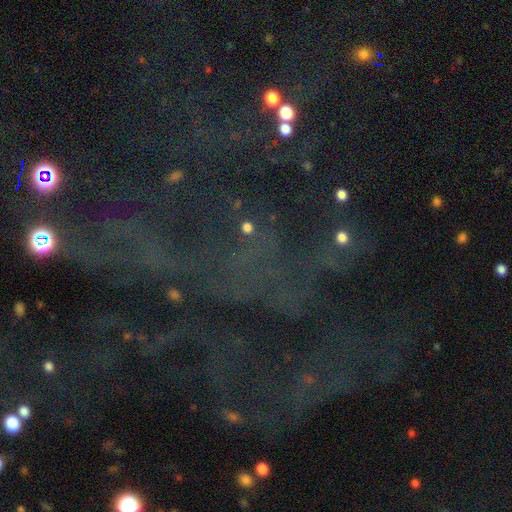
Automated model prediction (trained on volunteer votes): A star or artifact, not a galaxy (71%).